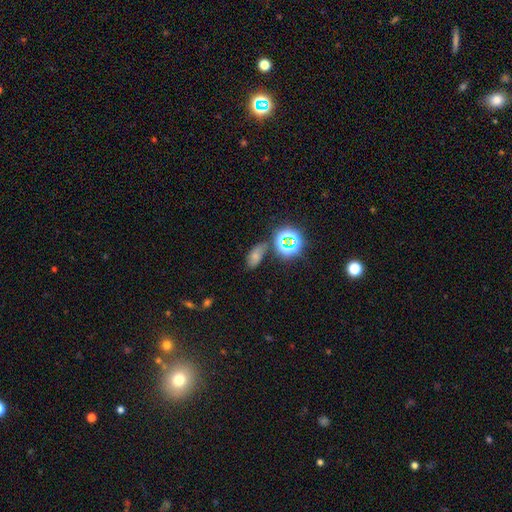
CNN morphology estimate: Smooth or featured: smooth — 56% (star or artifact — 29%)
How rounded: in between — 86% (round — 10%)
Merging: none — 60% (minor disturbance — 22%)